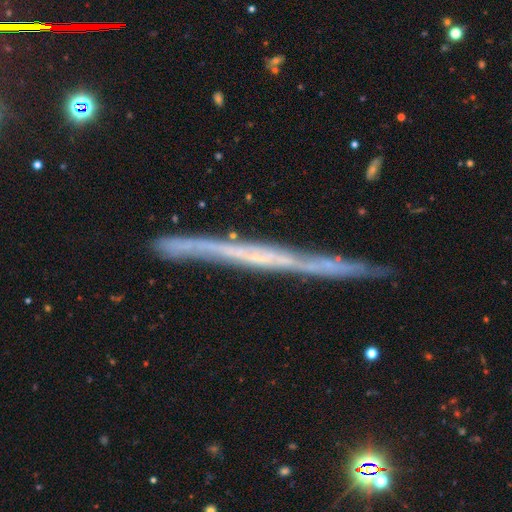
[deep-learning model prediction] Morphology: type=featured or disk (71%); edge-on=yes (96%); edge-on bulge=none (85%); merging=none (83%).